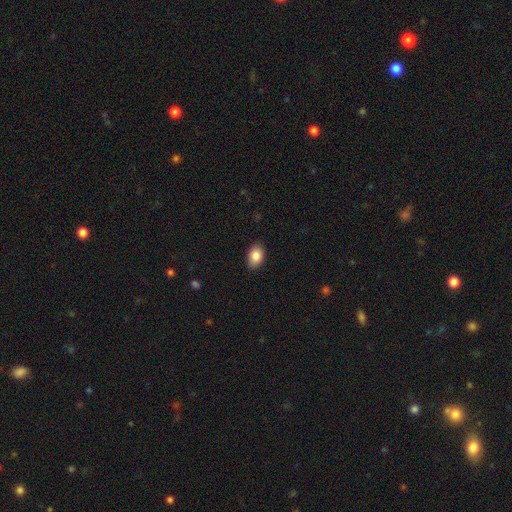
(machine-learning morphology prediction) This is clearly a smooth galaxy (87%). How rounded: clearly in between (83%). Merging: clearly none (85%).